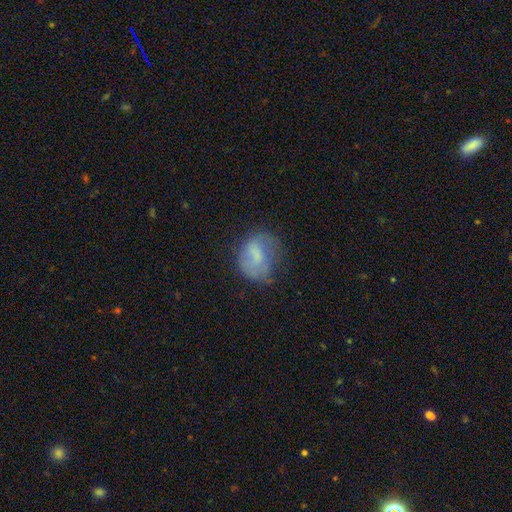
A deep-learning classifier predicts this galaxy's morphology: Smooth or featured: smooth — 62% (featured or disk — 28%)
How rounded: in between — 52% (round — 47%)
Merging: none — 47% (minor disturbance — 30%)